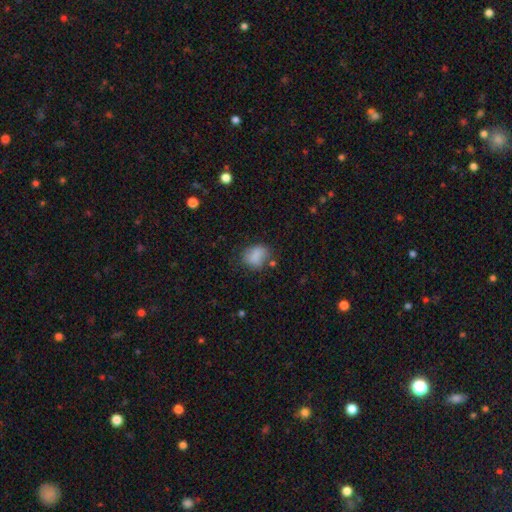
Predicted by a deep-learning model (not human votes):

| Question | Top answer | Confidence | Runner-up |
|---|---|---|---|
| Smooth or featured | smooth | 82% | star or artifact (9%) |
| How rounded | in between | 53% | round (45%) |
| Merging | none | 63% | minor disturbance (24%) |